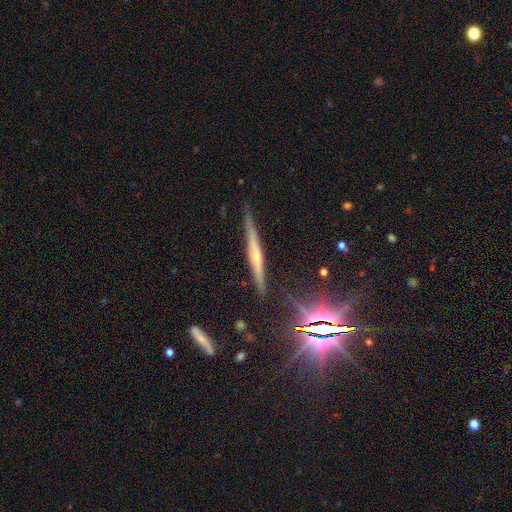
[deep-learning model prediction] Smooth or featured: featured or disk — 68% (smooth — 21%)
Edge-on disk: yes — 97% (no — 3%)
Edge-on bulge: rounded — 74% (none — 21%)
Merging: none — 85% (minor disturbance — 11%)